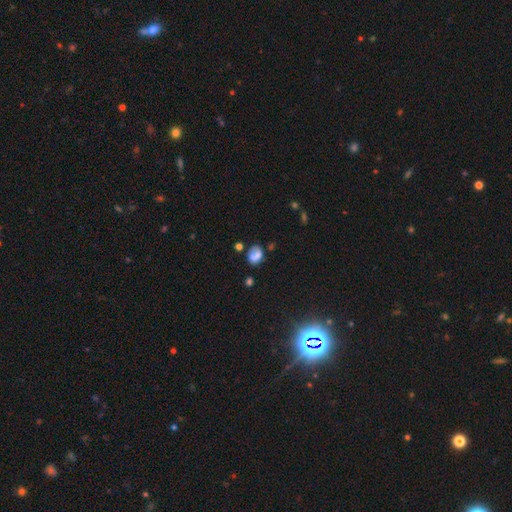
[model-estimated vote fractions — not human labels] This appears to be a smooth galaxy with no disk features (70%) that is in between round and cigar-shaped (61%). Merging: none (50%).